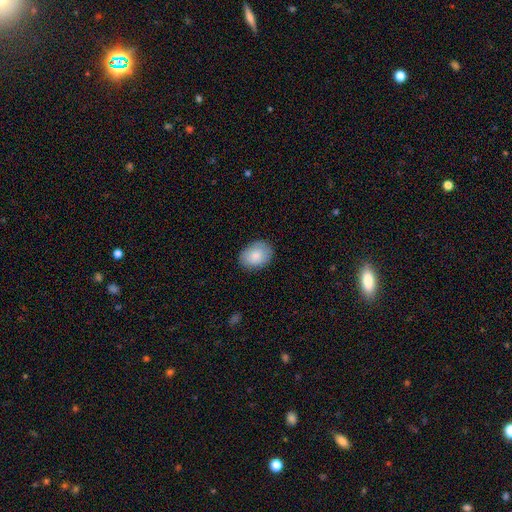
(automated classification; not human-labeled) Morphology: type=smooth (85%); roundness=in between (73%); merging=none (83%).